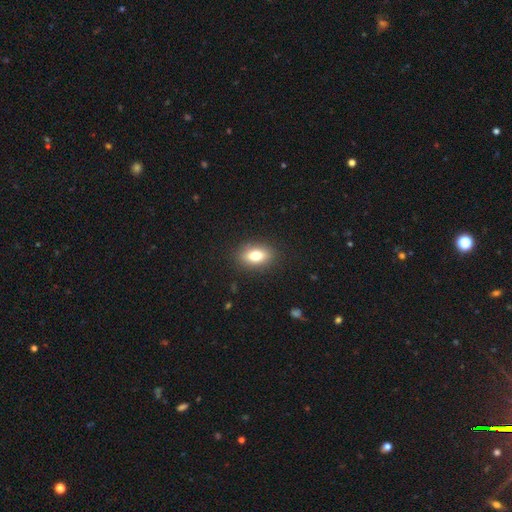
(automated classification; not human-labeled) Morphology: type=smooth (77%); roundness=in between (82%); merging=none (88%).